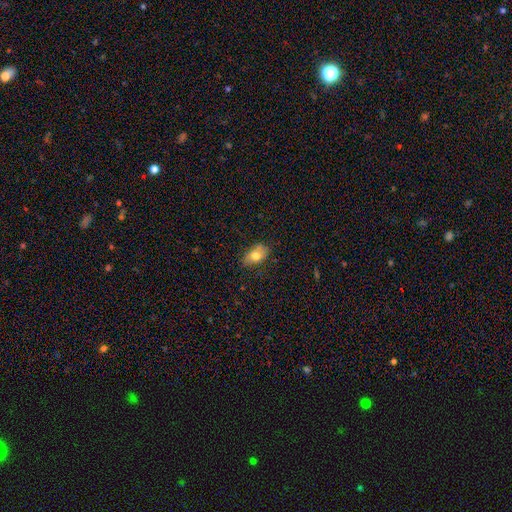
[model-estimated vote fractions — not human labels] This appears to be a smooth galaxy with no disk features (75%) that is in between round and cigar-shaped (88%). Merging: none (75%).